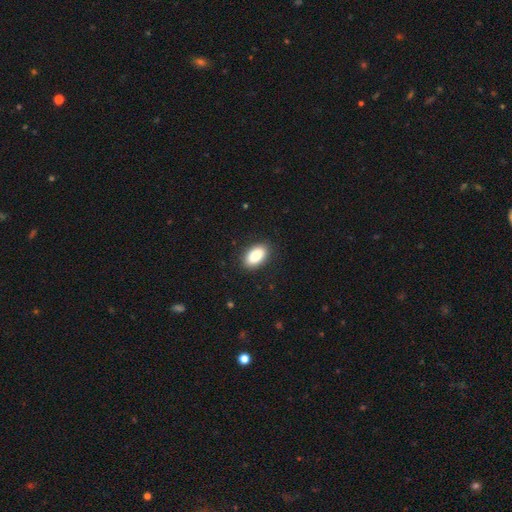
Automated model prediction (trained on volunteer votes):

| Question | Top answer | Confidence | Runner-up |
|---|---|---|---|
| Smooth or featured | smooth | 90% | star or artifact (6%) |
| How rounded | in between | 94% | round (4%) |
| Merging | none | 88% | minor disturbance (9%) |